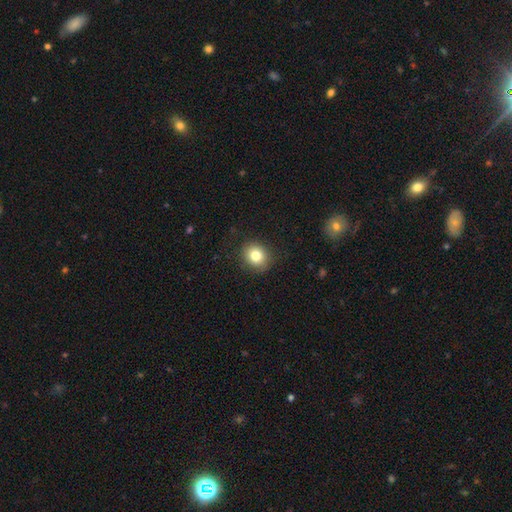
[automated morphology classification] Smooth or featured? smooth (82%)
How rounded? round (76%)
Merging? none (87%)